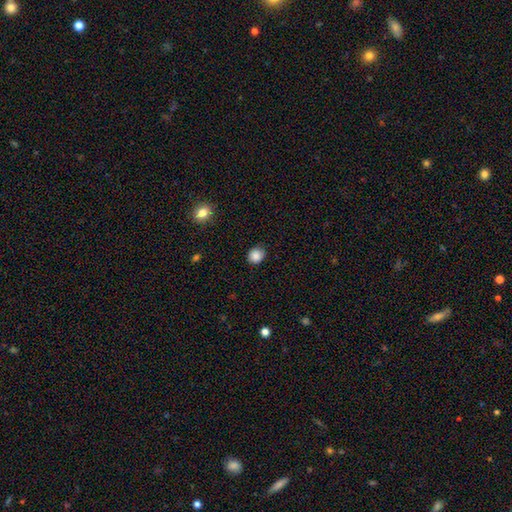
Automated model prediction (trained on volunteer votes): A smooth galaxy with no disk features (87%) that is round (79%).

Vote fractions:
- Smooth or featured? smooth: 87% / star or artifact: 9% / featured or disk: 4%
- How rounded? round: 79% / in between: 20% / cigar-shaped: 1%
- Merging? none: 87% / minor disturbance: 9% / major disturbance: 2% / merger: 1%